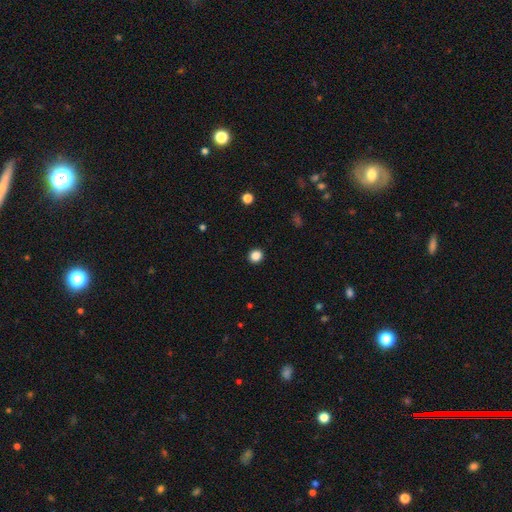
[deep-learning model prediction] Overall: smooth (86%). How rounded: round (84%). Merging: none (92%).